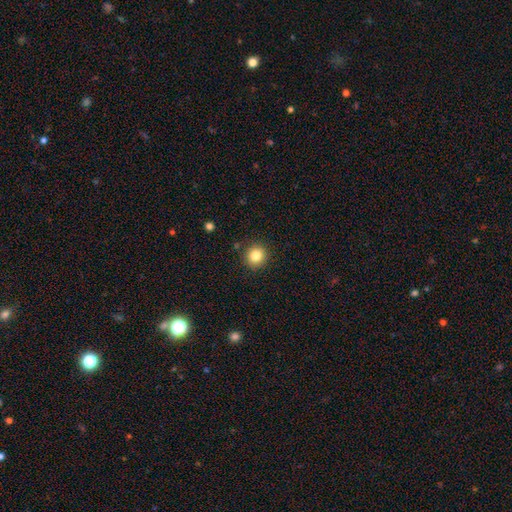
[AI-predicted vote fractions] smooth 83%, star or artifact 11%, featured or disk 6%. Down the decision tree: how rounded — round (91%); merging — none (90%).